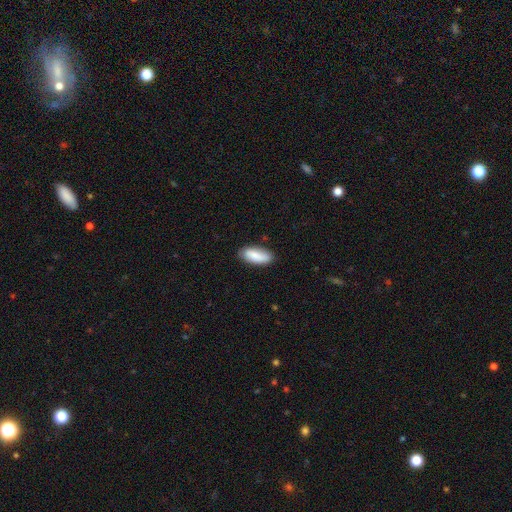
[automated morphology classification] Smooth or featured? Predicted: smooth (p=0.83). How rounded? Predicted: in between (p=0.82). Merging? Predicted: none (p=0.81).